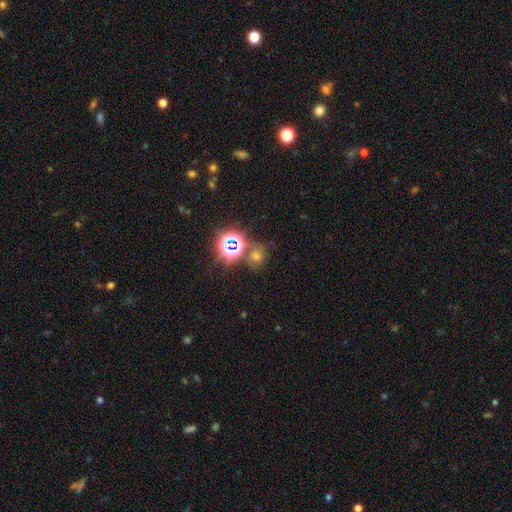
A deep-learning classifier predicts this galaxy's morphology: Overall: star or artifact (48%; smooth 43%).